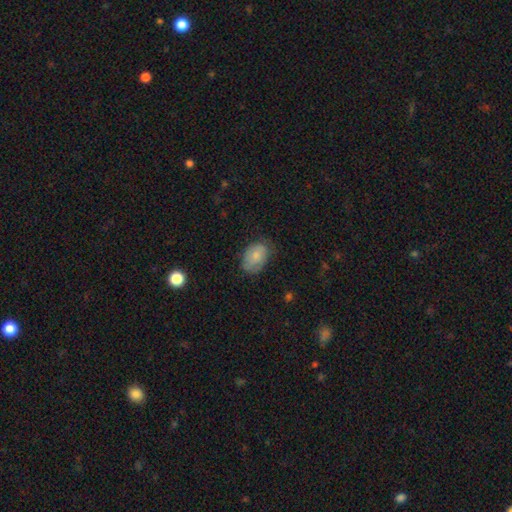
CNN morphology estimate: This is likely a smooth galaxy (73%). How rounded: clearly in between (84%). Merging: likely none (66%).